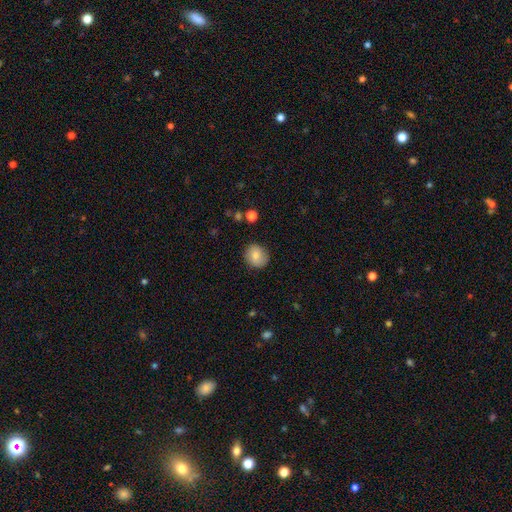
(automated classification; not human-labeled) smooth_or_featured: smooth (p=0.77) [alt: featured or disk p=0.15]
how_rounded: round (p=0.82) [alt: in between p=0.17]
merging: none (p=0.84) [alt: minor disturbance p=0.12]